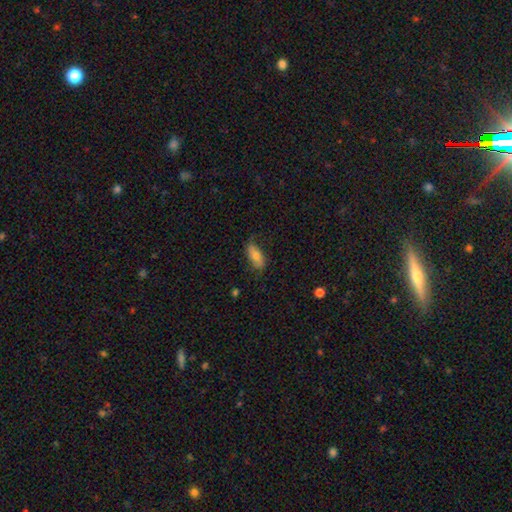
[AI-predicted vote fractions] This is likely a smooth galaxy (66%). How rounded: clearly in between (81%). Merging: likely none (73%).